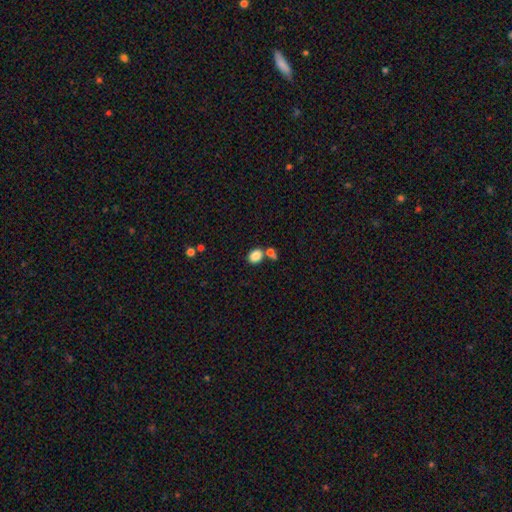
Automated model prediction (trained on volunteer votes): Smooth or featured? smooth (86%)
How rounded? in between (68%)
Merging? none (59%)